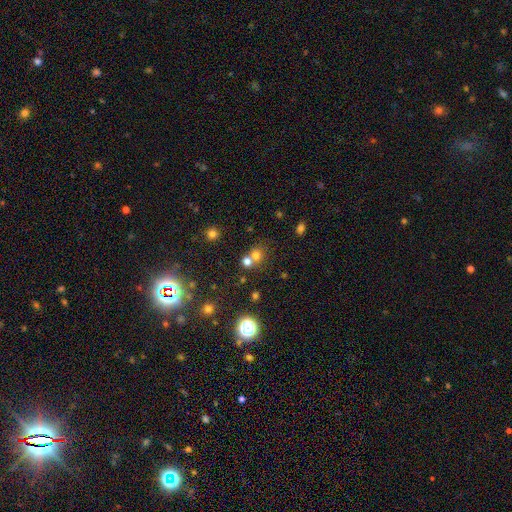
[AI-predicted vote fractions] This appears to be a smooth galaxy with no disk features (68%) that is round (81%). Merging: none (48%).